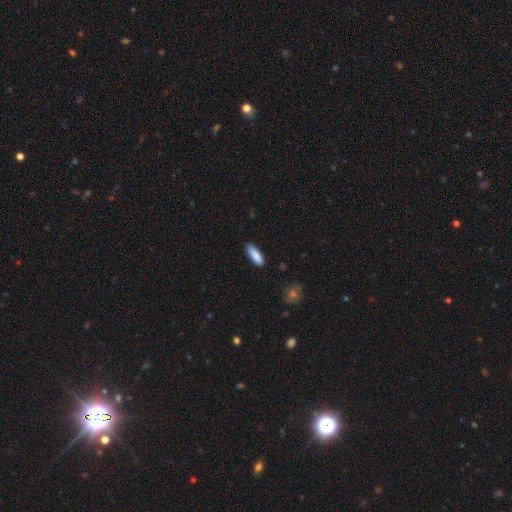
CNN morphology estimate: smooth-or-featured: smooth: 89% | star or artifact: 6% | featured or disk: 5%
  how-rounded: in between: 57% | cigar-shaped: 42% | round: 2%
  merging: none: 85% | minor disturbance: 12% | major disturbance: 2% | merger: 1%